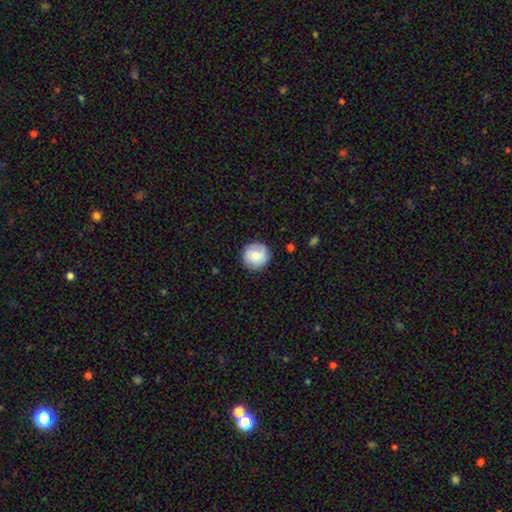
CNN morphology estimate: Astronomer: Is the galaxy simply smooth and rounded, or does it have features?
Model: smooth — 74%.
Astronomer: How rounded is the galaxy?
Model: round — 95%.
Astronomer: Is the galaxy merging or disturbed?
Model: none — 88%.